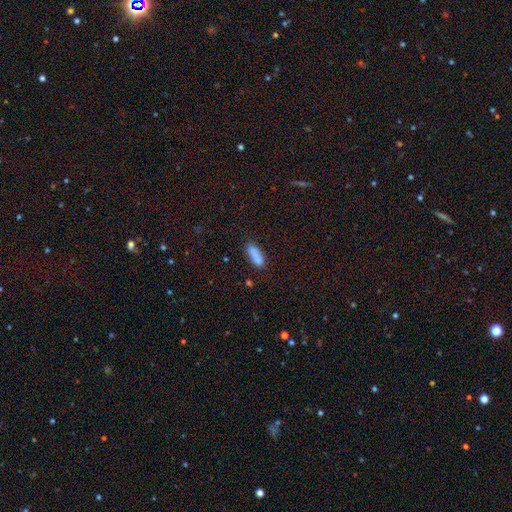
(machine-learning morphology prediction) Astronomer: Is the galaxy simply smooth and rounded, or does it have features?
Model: smooth — 83%.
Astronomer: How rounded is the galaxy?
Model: in between — 62%.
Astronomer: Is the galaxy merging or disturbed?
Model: none — 65%.